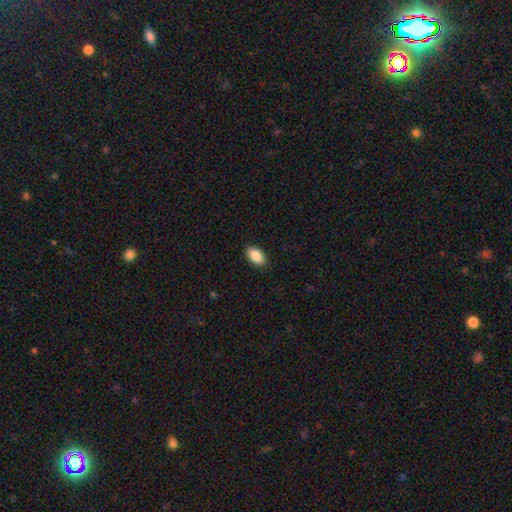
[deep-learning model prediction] This is clearly a smooth galaxy (89%). How rounded: clearly in between (94%). Merging: clearly none (89%).